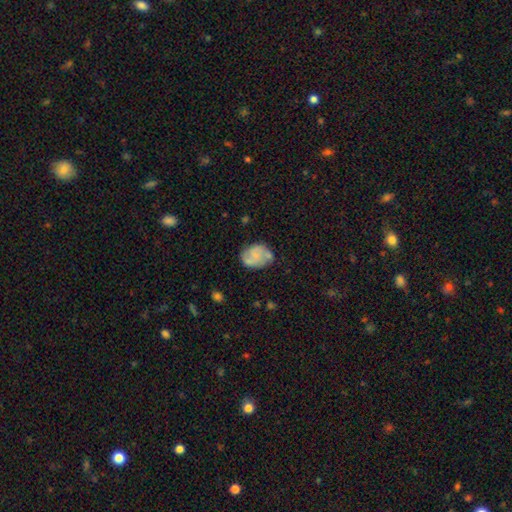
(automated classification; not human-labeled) This appears to be a featured or disk galaxy (60%) with no bar (68%), spiral arms (85%) and a small central bulge (49%). Merging: none (63%).